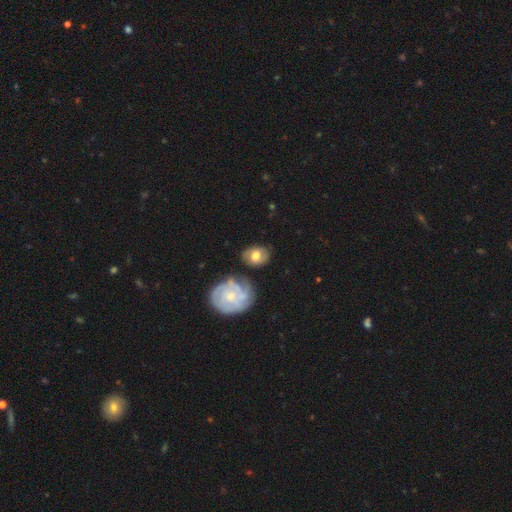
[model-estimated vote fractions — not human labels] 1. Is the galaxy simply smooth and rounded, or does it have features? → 56% smooth, 37% featured or disk, 7% star or artifact.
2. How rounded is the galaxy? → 57% in between, 42% round, 1% cigar-shaped.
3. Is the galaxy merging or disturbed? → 70% none, 17% minor disturbance, 7% merger, 6% major disturbance.